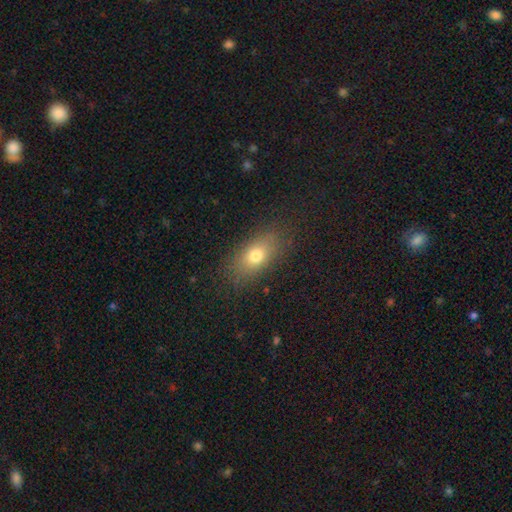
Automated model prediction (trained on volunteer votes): Smooth or featured? smooth (74%)
How rounded? in between (80%)
Merging? none (83%)